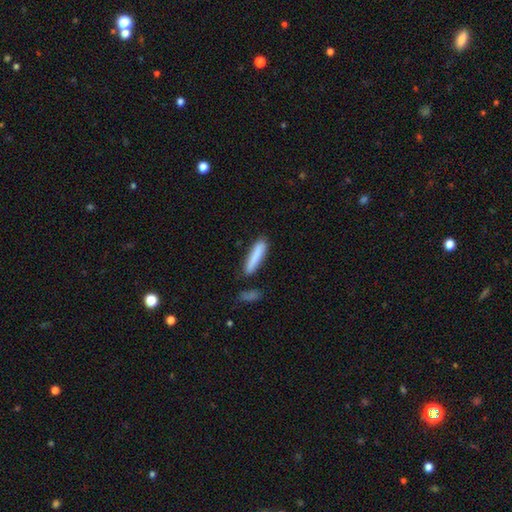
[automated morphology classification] Overall: smooth (84%). How rounded: cigar-shaped (86%). Merging: none (80%).